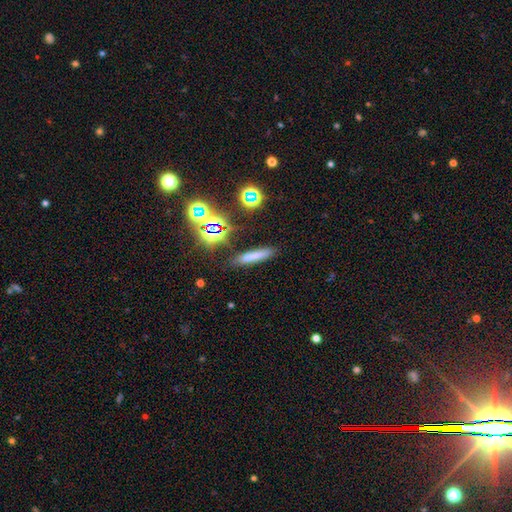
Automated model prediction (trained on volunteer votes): smooth-or-featured: smooth: 59% | star or artifact: 24% | featured or disk: 17%
  how-rounded: cigar-shaped: 86% | in between: 9% | round: 5%
  merging: none: 83% | minor disturbance: 10% | merger: 3% | major disturbance: 3%